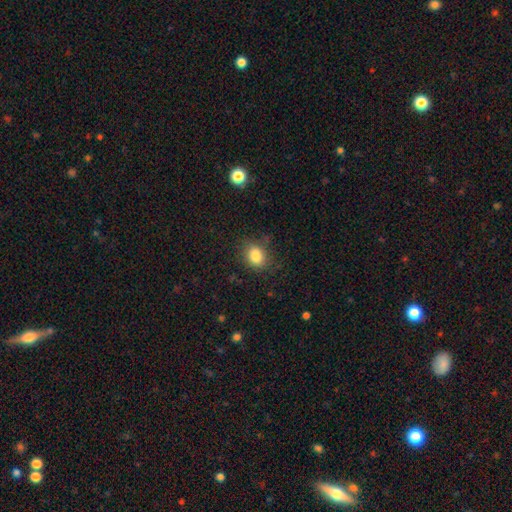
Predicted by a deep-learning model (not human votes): The model was most divided on "how rounded": in between: 57%, round: 42%, cigar-shaped: 1%. More confident: smooth or featured — smooth (84%); merging — none (79%).